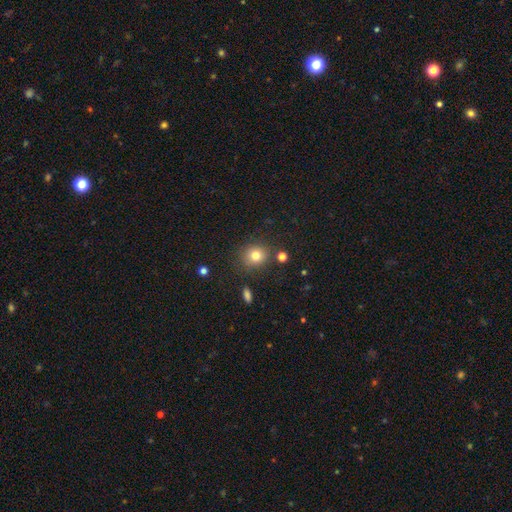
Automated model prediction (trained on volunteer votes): The model was most divided on "smooth or featured": smooth: 79%, star or artifact: 13%, featured or disk: 8%. More confident: how rounded — round (84%); merging — none (82%).